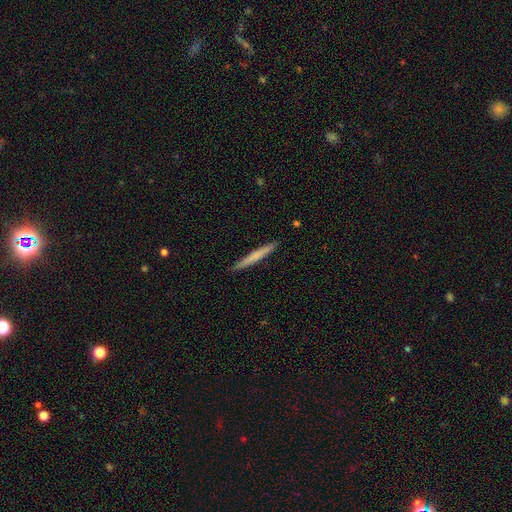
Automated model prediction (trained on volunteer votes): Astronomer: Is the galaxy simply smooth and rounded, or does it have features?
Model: smooth — 65%.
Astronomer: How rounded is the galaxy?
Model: cigar-shaped — 97%.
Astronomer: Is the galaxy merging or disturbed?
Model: none — 91%.